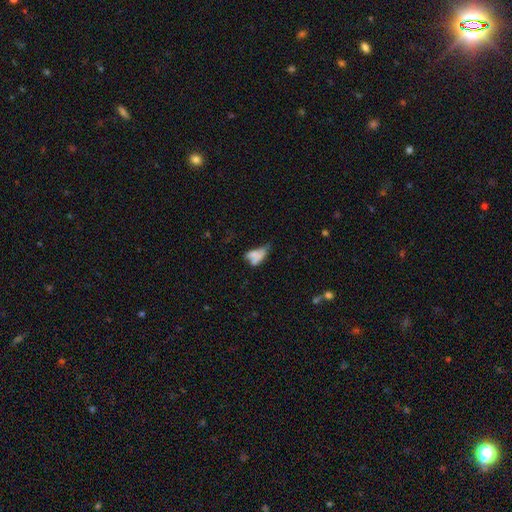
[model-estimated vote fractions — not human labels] Q: Smooth or featured?
A: smooth (59%); runner-up: featured or disk (29%)
Q: How rounded?
A: in between (81%); runner-up: cigar-shaped (11%)
Q: Merging?
A: merger (33%); runner-up: major disturbance (24%)